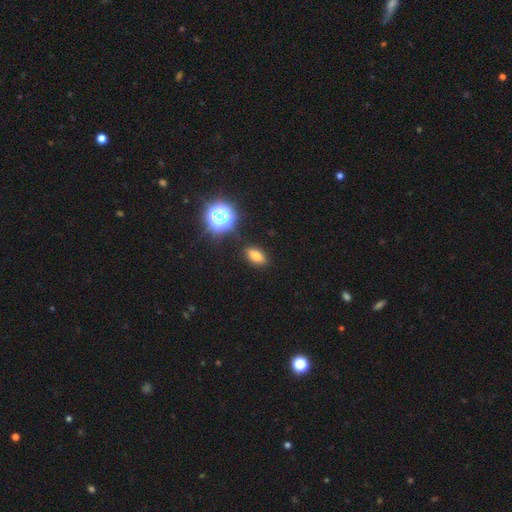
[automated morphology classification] smooth 72%, star or artifact 18%, featured or disk 10%. Down the decision tree: how rounded — in between (78%); merging — none (86%).